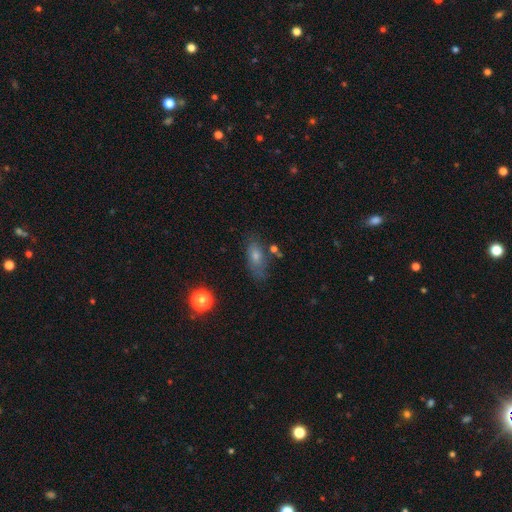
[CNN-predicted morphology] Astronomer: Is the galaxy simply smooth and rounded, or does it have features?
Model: smooth — 61%.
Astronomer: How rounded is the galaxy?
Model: in between — 75%.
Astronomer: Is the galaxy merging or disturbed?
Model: none — 71%.